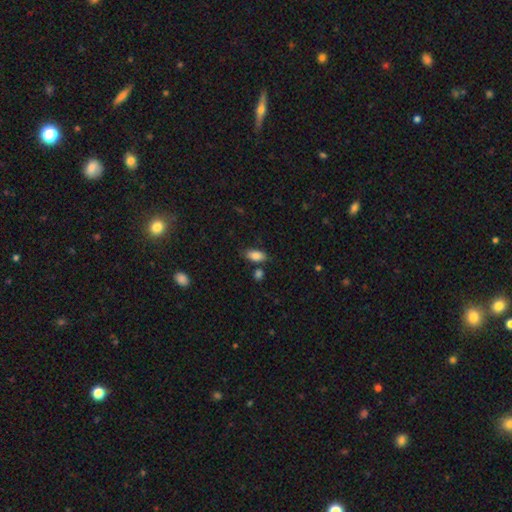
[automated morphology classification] Smooth or featured?
  - smooth: 85% *
  - featured or disk: 8%
  - star or artifact: 8%
How rounded?
  - in between: 91% *
  - cigar-shaped: 6%
  - round: 3%
Merging?
  - none: 74% *
  - minor disturbance: 15%
  - merger: 7%
  - major disturbance: 3%